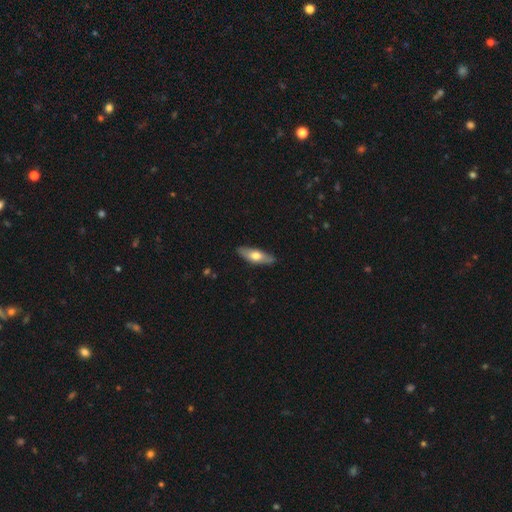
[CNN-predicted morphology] smooth 60%, featured or disk 34%, star or artifact 5%. Down the decision tree: how rounded — in between (57%); merging — none (86%).